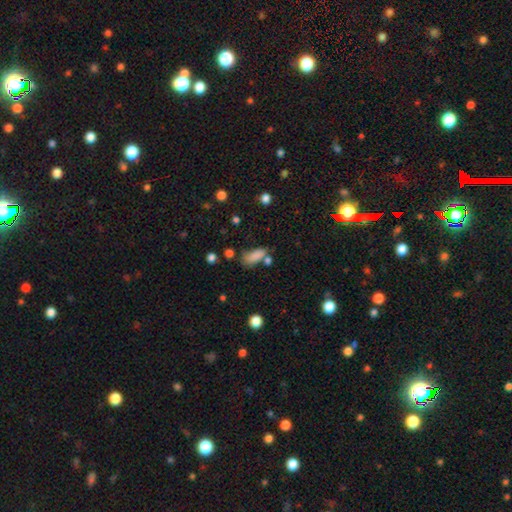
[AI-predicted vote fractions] Smooth or featured? smooth (83%)
How rounded? in between (80%)
Merging? none (50%)